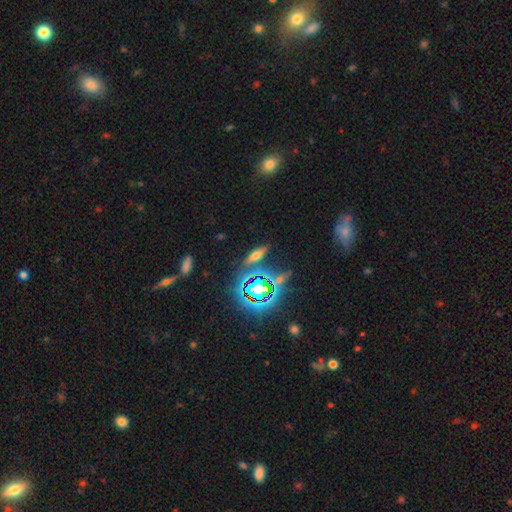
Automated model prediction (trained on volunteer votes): smooth 45%, star or artifact 32%, featured or disk 23%. Down the decision tree: merging — none (81%).